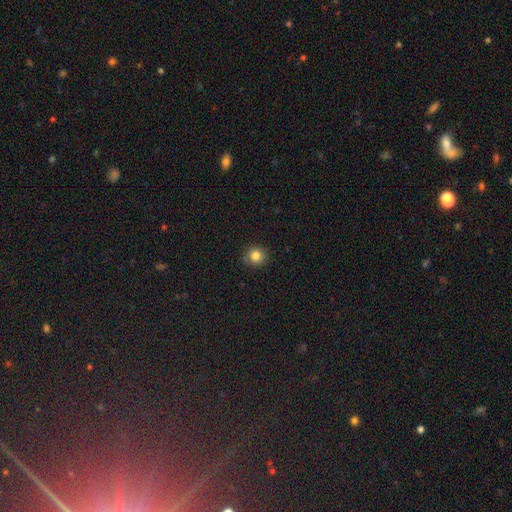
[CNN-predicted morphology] This is clearly a smooth galaxy (84%). How rounded: clearly round (91%). Merging: clearly none (89%).